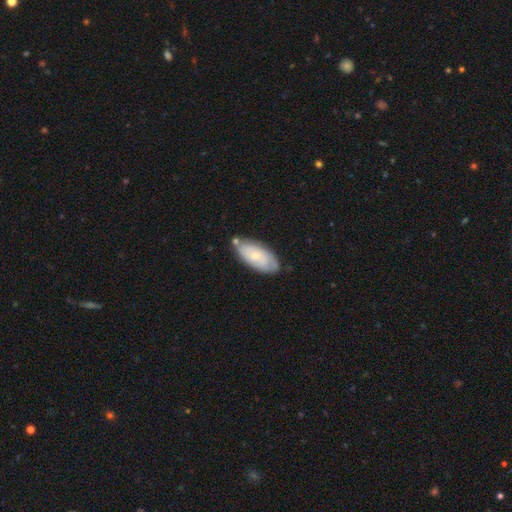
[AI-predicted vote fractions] A smooth galaxy with no disk features (48%). Merging: none (66%).